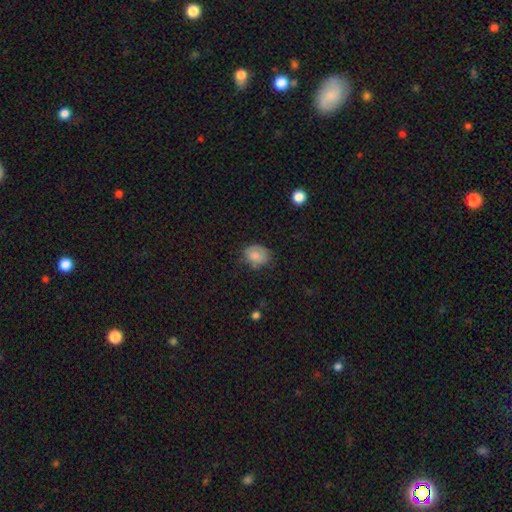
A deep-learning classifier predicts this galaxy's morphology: Smooth or featured: smooth — 81% (featured or disk — 11%)
How rounded: in between — 58% (round — 41%)
Merging: none — 62% (minor disturbance — 28%)